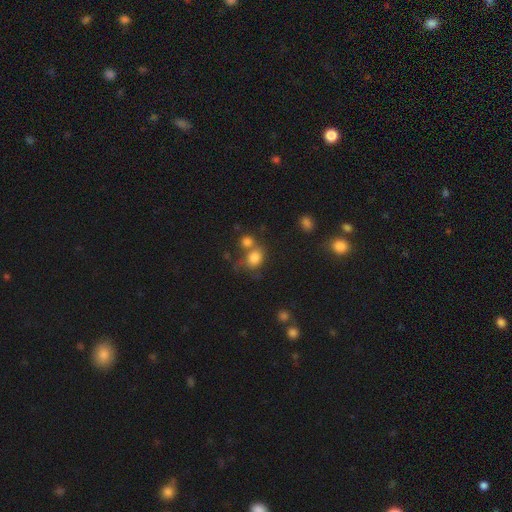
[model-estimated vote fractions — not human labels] smooth 76%, star or artifact 15%, featured or disk 9%. Down the decision tree: how rounded — round (56%); merging — none (48%).